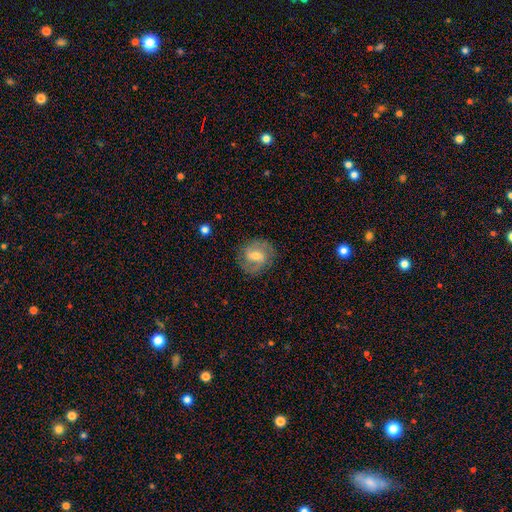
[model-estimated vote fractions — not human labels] Overall: featured or disk (68%). Edge-on disk: no (97%). Bar: weak (52%; strong 28%). Spiral arms: yes (86%). Spiral arm count: 2 (84%). Spiral winding: medium (49%; tight 32%). Bulge size: moderate (58%; small 33%). Merging: none (80%).